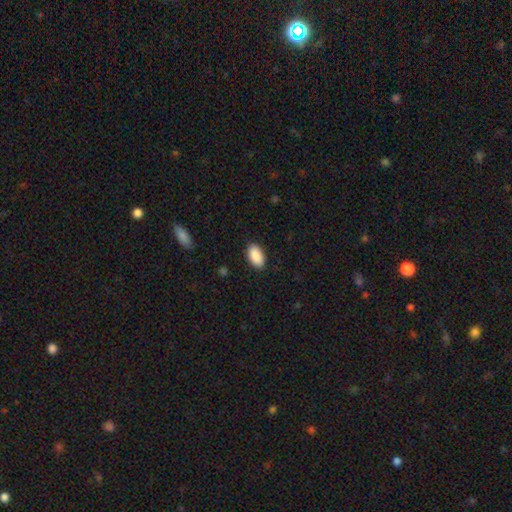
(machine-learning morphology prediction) This is clearly a smooth galaxy (90%). How rounded: clearly in between (95%). Merging: clearly none (88%).